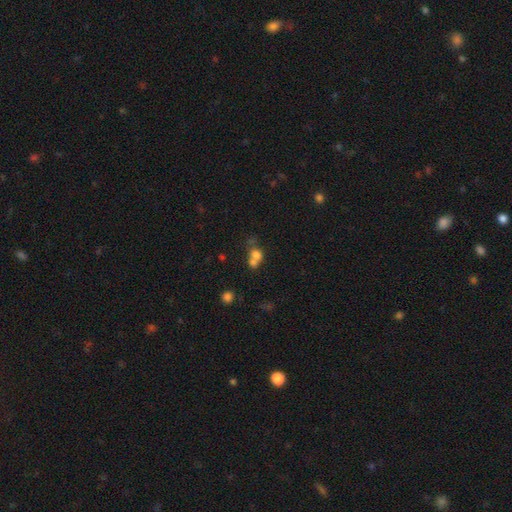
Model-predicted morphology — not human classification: A smooth galaxy with no disk features (69%) that is round (68%).

Vote fractions:
- Smooth or featured? smooth: 69% / featured or disk: 17% / star or artifact: 14%
- How rounded? round: 68% / in between: 31% / cigar-shaped: 1%
- Merging? merger: 65% / none: 24% / minor disturbance: 6% / major disturbance: 5%